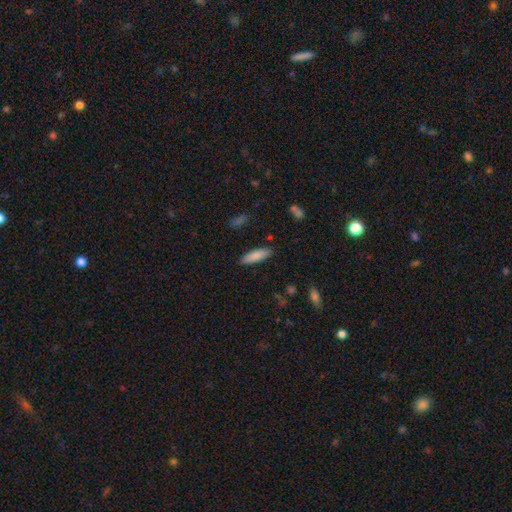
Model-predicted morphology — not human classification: Smooth or featured? smooth (84%)
How rounded? cigar-shaped (60%)
Merging? none (88%)